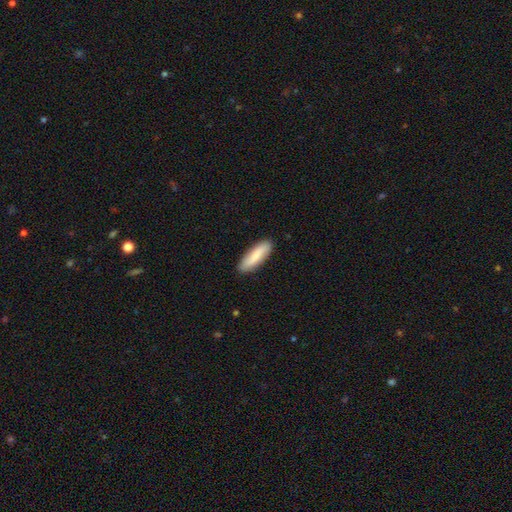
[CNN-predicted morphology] A smooth galaxy with no disk features (79%) that is cigar-shaped (56%).

Vote fractions:
- Smooth or featured? smooth: 79% / featured or disk: 15% / star or artifact: 5%
- How rounded? cigar-shaped: 56% / in between: 42% / round: 2%
- Merging? none: 89% / minor disturbance: 9% / major disturbance: 2% / merger: 1%